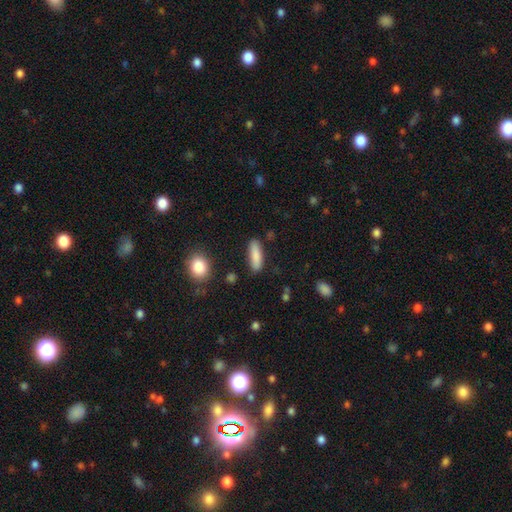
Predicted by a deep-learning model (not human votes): Smooth or featured?
  - smooth: 85% *
  - featured or disk: 9%
  - star or artifact: 7%
How rounded?
  - cigar-shaped: 53% *
  - in between: 45%
  - round: 2%
Merging?
  - none: 85% *
  - minor disturbance: 10%
  - major disturbance: 3%
  - merger: 2%